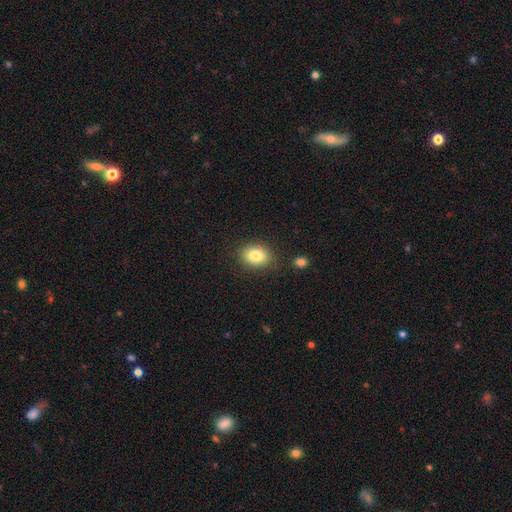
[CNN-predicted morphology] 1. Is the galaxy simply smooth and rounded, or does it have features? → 82% smooth, 9% star or artifact, 9% featured or disk.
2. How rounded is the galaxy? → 65% in between, 34% round, 1% cigar-shaped.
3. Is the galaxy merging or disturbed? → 83% none, 11% minor disturbance, 3% major disturbance, 3% merger.